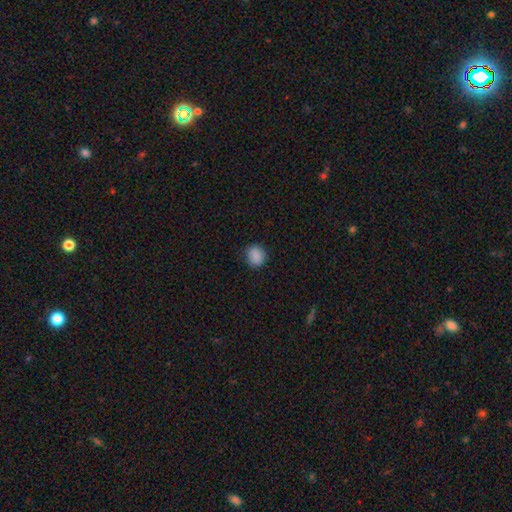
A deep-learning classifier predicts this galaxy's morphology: Smooth or featured: smooth — 88% (star or artifact — 9%)
How rounded: round — 77% (in between — 22%)
Merging: none — 85% (minor disturbance — 11%)